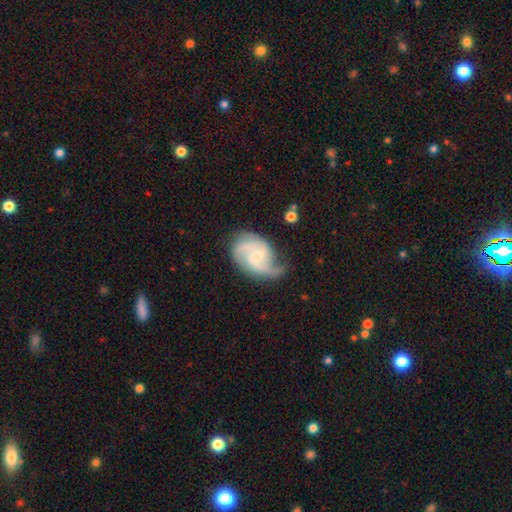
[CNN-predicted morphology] This is clearly a featured or disk galaxy (84%). It is clearly not viewed edge-on (98%). Bar: possibly no (46%). Spiral arm pattern: clearly yes (97%). Spiral arm count: possibly 2 (52%). Spiral winding: possibly medium (52%). Central bulge: possibly small (57%). Merging: possibly none (57%).